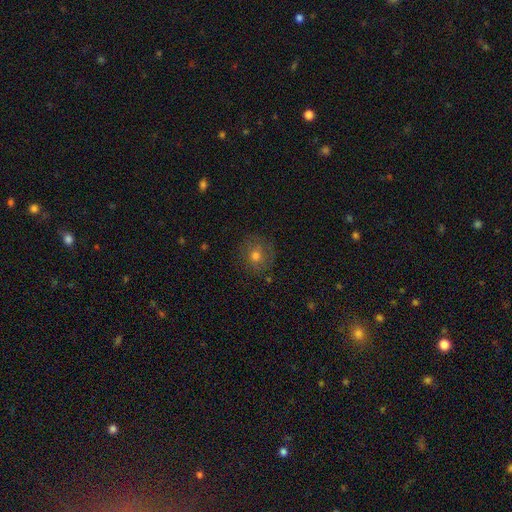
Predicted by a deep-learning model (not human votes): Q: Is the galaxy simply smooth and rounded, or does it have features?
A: smooth — 60%.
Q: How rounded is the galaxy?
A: round — 85%.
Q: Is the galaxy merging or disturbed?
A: none — 79%.